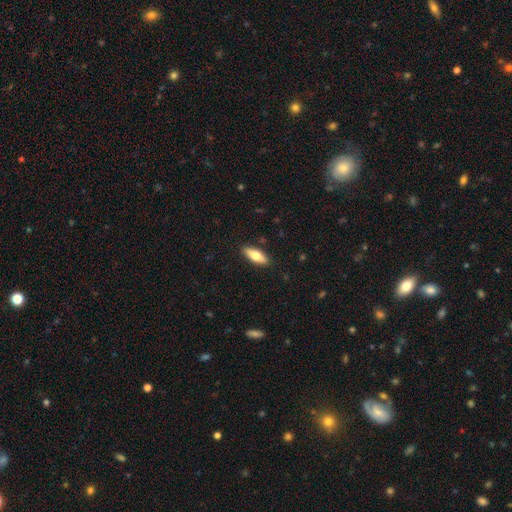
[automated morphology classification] A smooth galaxy with no disk features (70%) that is in between round and cigar-shaped (68%). Merging: none (89%).